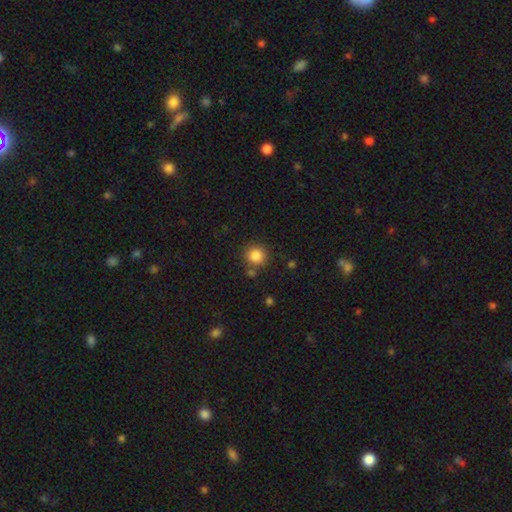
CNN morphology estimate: Q: Smooth or featured?
A: smooth (85%); runner-up: star or artifact (11%)
Q: How rounded?
A: round (94%); runner-up: in between (6%)
Q: Merging?
A: none (81%); runner-up: minor disturbance (9%)